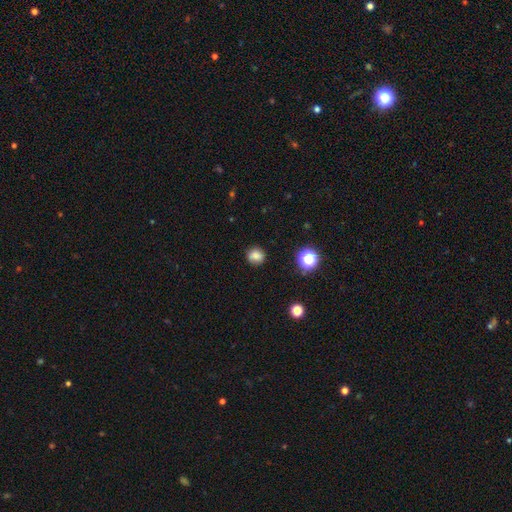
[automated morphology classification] This appears to be a smooth galaxy with no disk features (78%) that is round (82%). Merging: none (84%).